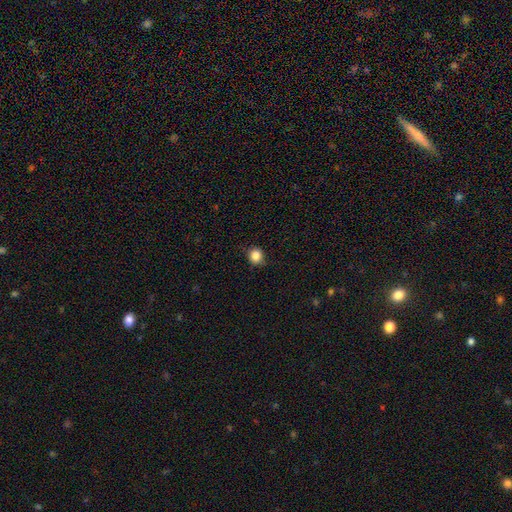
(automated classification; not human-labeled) A smooth galaxy with no disk features (85%) that is round (86%). Merging: none (87%).